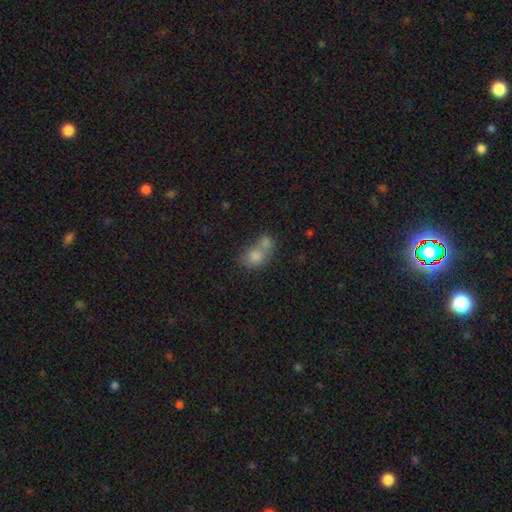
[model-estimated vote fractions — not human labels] smooth 76%, featured or disk 13%, star or artifact 11%. Down the decision tree: how rounded — round (53%); merging — merger (62%).